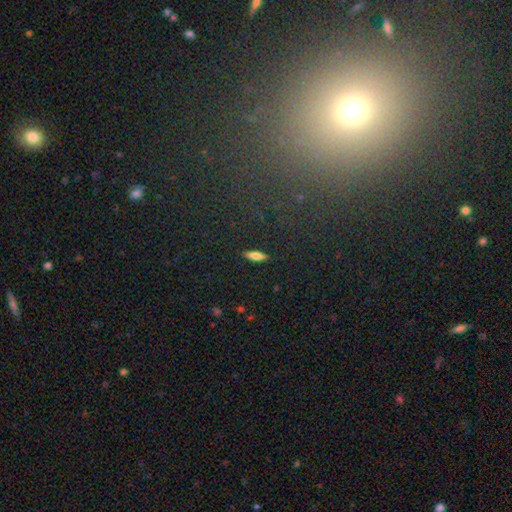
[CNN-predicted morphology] Q: Smooth or featured?
A: smooth (70%); runner-up: featured or disk (21%)
Q: How rounded?
A: cigar-shaped (57%); runner-up: in between (40%)
Q: Merging?
A: none (89%); runner-up: minor disturbance (7%)